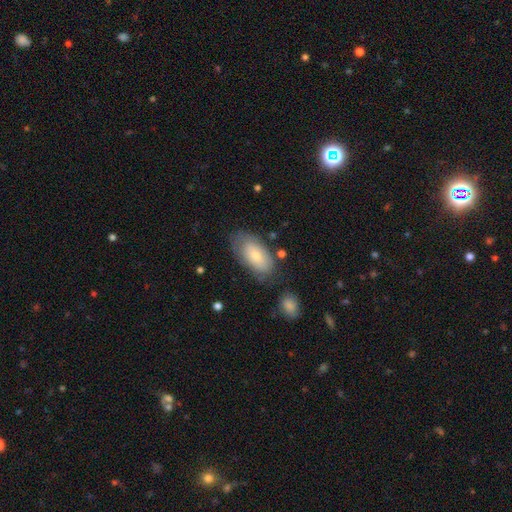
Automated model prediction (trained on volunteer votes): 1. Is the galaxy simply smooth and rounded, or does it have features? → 71% smooth, 22% featured or disk, 6% star or artifact.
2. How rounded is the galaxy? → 93% in between, 4% cigar-shaped, 3% round.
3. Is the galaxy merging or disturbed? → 67% none, 21% minor disturbance, 7% major disturbance, 5% merger.